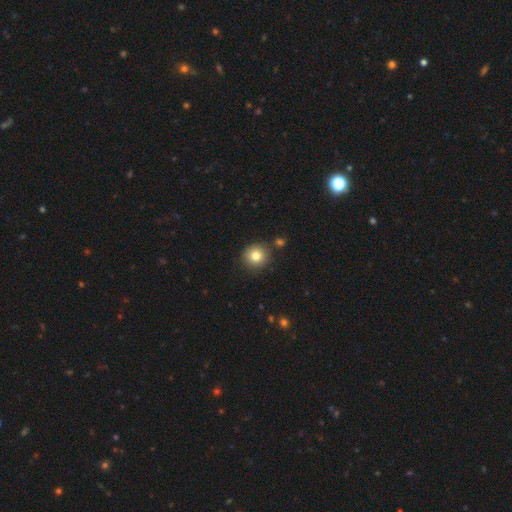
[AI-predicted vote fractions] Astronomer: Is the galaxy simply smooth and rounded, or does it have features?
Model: smooth — 80%.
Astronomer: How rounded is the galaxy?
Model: round — 92%.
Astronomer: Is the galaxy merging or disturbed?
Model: none — 85%.